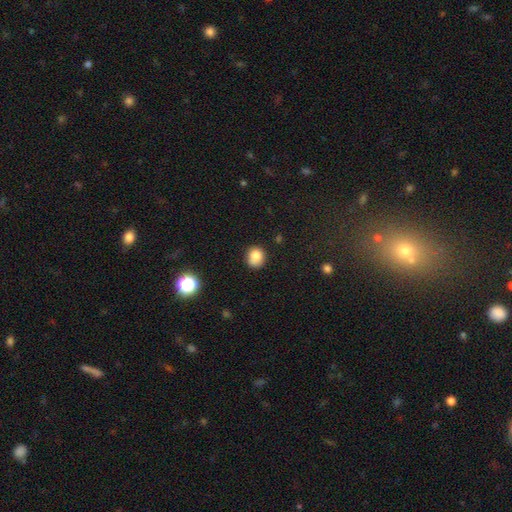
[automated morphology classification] Smooth or featured? Predicted: smooth (p=0.81). How rounded? Predicted: round (p=0.83). Merging? Predicted: none (p=0.75).